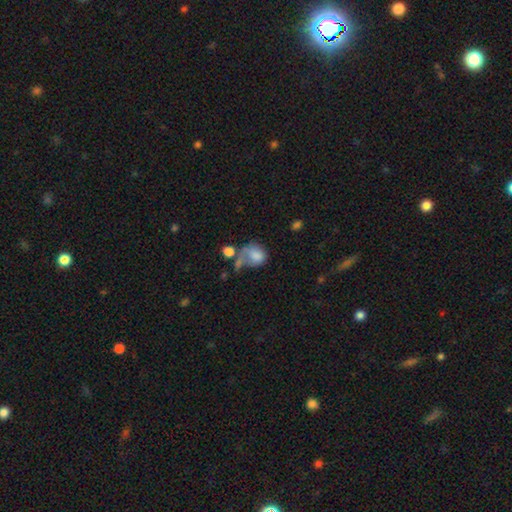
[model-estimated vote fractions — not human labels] Q: Smooth or featured?
A: smooth (72%); runner-up: featured or disk (19%)
Q: How rounded?
A: round (53%); runner-up: in between (46%)
Q: Merging?
A: major disturbance (35%); runner-up: none (23%)